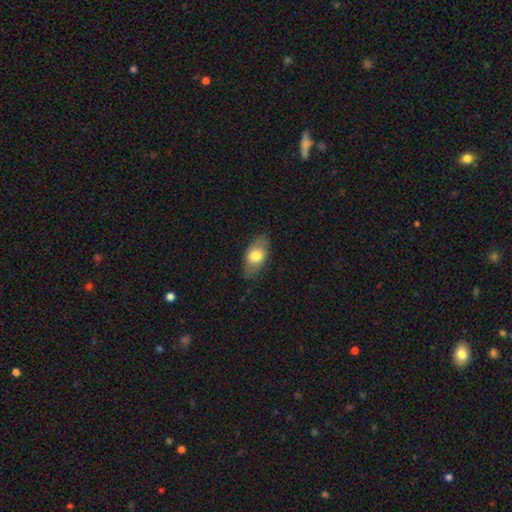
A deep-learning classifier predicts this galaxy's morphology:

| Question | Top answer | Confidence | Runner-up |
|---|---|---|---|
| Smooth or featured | smooth | 70% | featured or disk (24%) |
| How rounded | in between | 91% | round (5%) |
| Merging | none | 79% | minor disturbance (16%) |